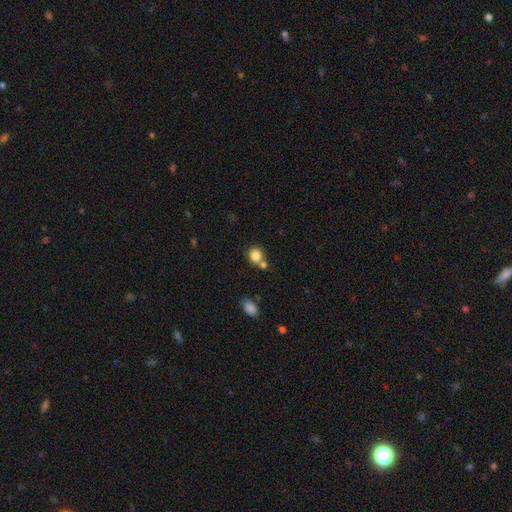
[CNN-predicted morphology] Smooth or featured: smooth — 84% (star or artifact — 10%)
How rounded: round — 82% (in between — 17%)
Merging: none — 62% (merger — 23%)